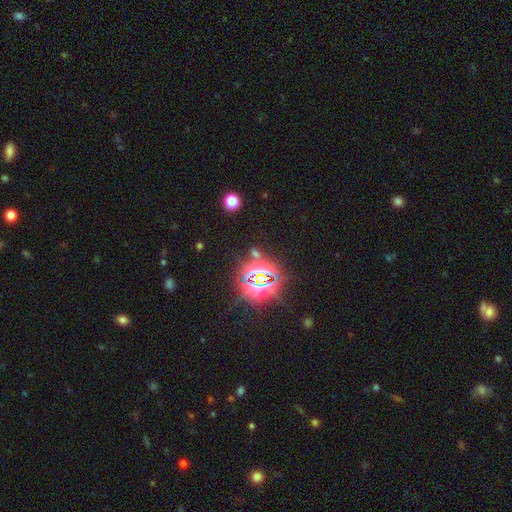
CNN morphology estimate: Q: Smooth or featured?
A: star or artifact (79%); runner-up: smooth (13%)